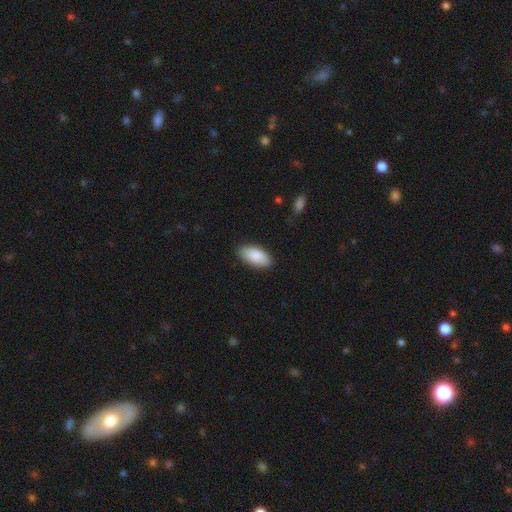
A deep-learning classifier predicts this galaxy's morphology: Smooth or featured? Predicted: smooth (p=0.88). How rounded? Predicted: in between (p=0.91). Merging? Predicted: none (p=0.86).